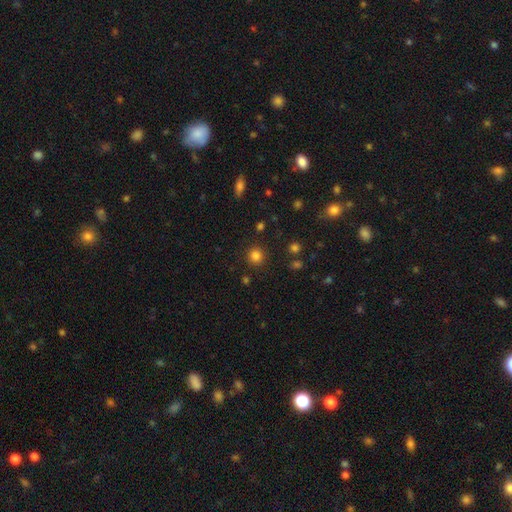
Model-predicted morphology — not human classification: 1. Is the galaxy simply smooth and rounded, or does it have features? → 82% smooth, 14% star or artifact, 4% featured or disk.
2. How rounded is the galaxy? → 93% round, 6% in between, 1% cigar-shaped.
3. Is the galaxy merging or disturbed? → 89% none, 6% minor disturbance, 3% major disturbance, 2% merger.